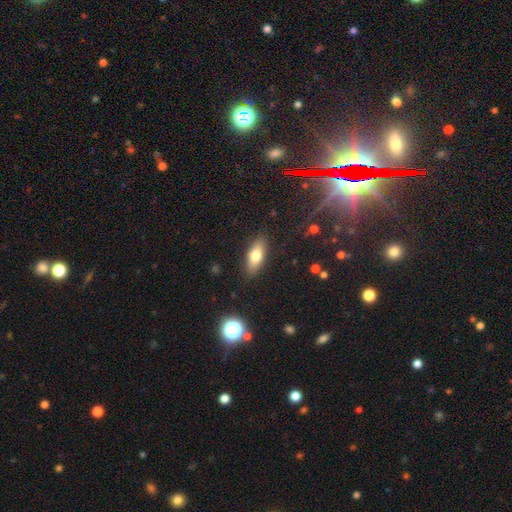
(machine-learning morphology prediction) This is likely a smooth galaxy (75%). How rounded: likely in between (75%). Merging: clearly none (87%).